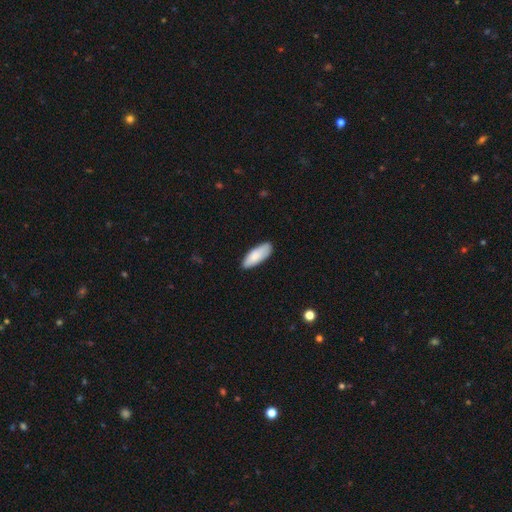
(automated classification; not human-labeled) Smooth or featured: smooth — 84% (featured or disk — 10%)
How rounded: in between — 70% (cigar-shaped — 29%)
Merging: none — 83% (minor disturbance — 14%)